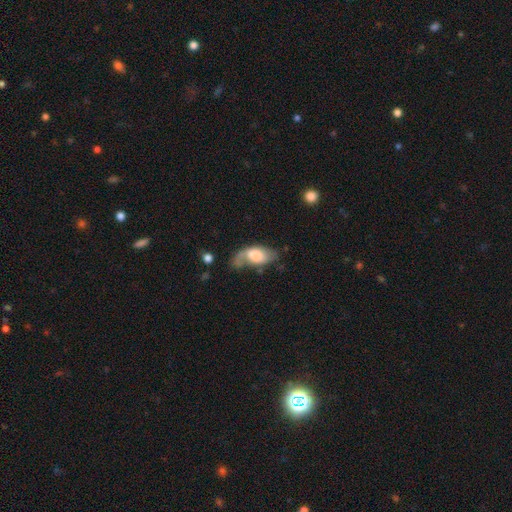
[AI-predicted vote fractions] Morphology: type=smooth (60%); roundness=in between (90%); merging=none (32%).